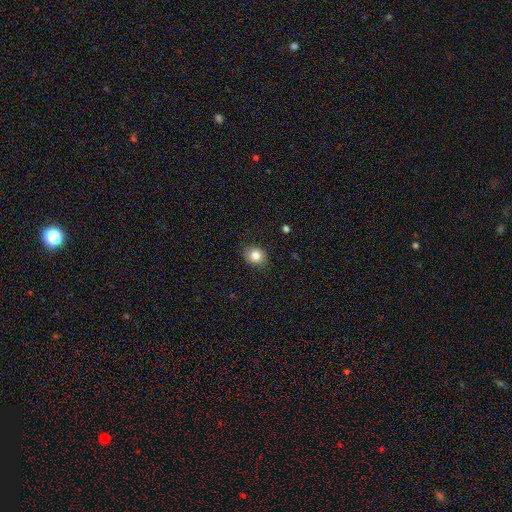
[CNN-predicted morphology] Smooth or featured? smooth (83%)
How rounded? round (70%)
Merging? none (86%)